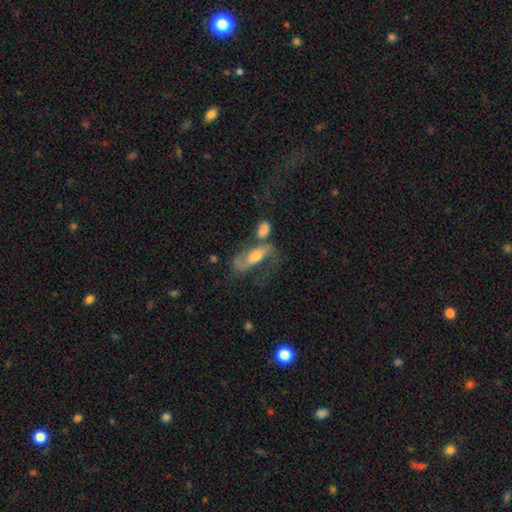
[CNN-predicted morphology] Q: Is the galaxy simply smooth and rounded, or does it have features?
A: featured or disk — 67%.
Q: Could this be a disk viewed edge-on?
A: no — 84%.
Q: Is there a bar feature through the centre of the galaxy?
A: no — 41%.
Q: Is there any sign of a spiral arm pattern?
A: yes — 82%.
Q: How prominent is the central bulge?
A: moderate — 61%.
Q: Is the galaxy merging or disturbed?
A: none — 32%.